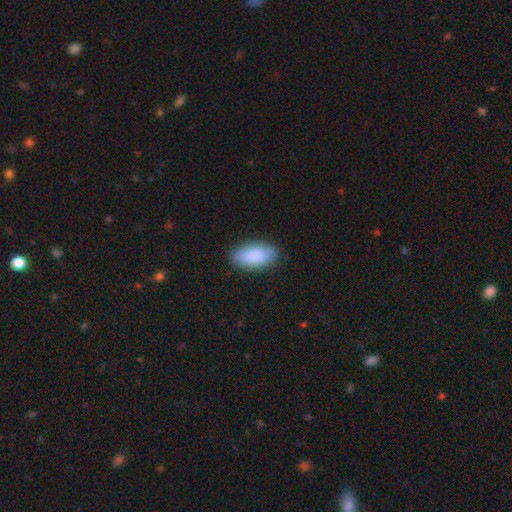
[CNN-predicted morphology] A smooth galaxy with no disk features (88%) that is in between round and cigar-shaped (92%).

Vote fractions:
- Smooth or featured? smooth: 88% / featured or disk: 6% / star or artifact: 6%
- How rounded? in between: 92% / cigar-shaped: 5% / round: 3%
- Merging? none: 86% / minor disturbance: 10% / major disturbance: 2% / merger: 1%